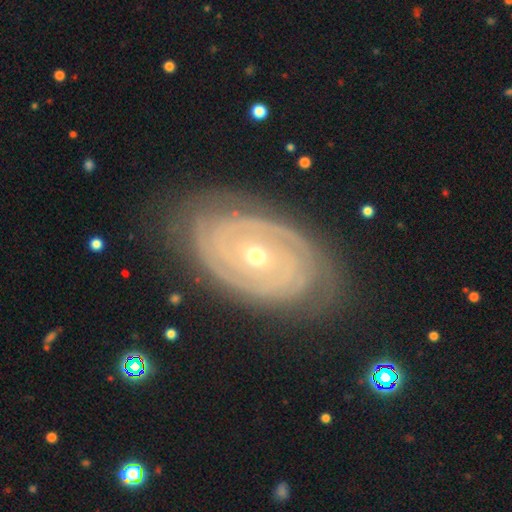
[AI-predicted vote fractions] A featured or disk galaxy (89%) with no bar (72%), 2 (40%) tight (85%) spiral arms (95%) and a small central bulge (57%).

Vote fractions:
- Smooth or featured? featured or disk: 89% / smooth: 6% / star or artifact: 5%
- Edge-on disk? no: 96% / yes: 4%
- Bar? no: 72% / weak: 19% / strong: 9%
- Spiral arms? yes: 95% / no: 5%
- Spiral winding? tight: 85% / medium: 13% / loose: 3%
- Spiral arm count? 2: 40% / can't tell: 24% / 3: 16% / 4: 9% / more than 4: 6% / 1: 5%
- Bulge size? small: 57% / moderate: 41% / large: 1% / dominant: 1% / none: 1%
- Merging? none: 80% / minor disturbance: 14% / major disturbance: 5% / merger: 1%